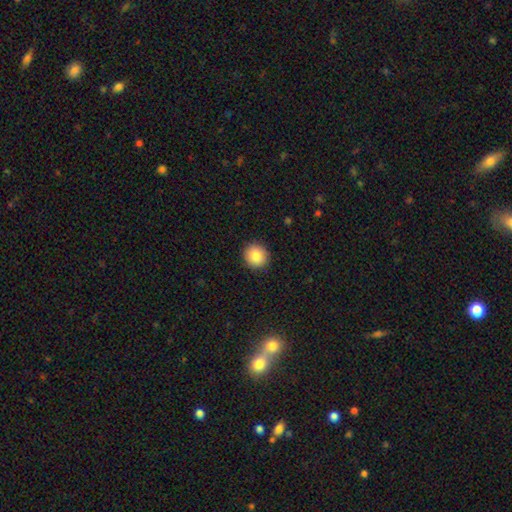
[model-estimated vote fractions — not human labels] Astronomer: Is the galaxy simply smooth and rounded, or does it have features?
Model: smooth — 84%.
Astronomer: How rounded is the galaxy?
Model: round — 91%.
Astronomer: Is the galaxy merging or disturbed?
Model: none — 92%.